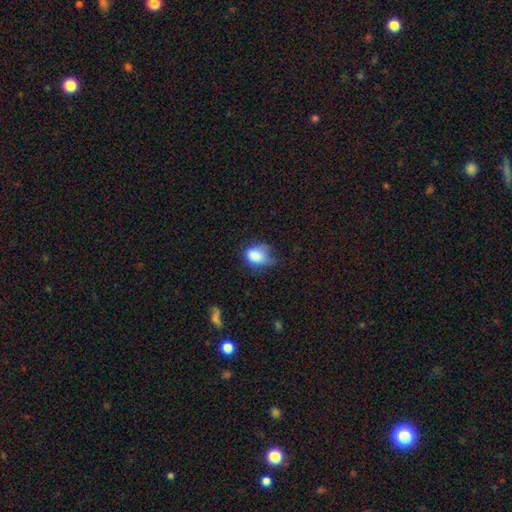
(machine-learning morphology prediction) type=smooth (83%); roundness=in between (64%); merging=minor disturbance (42%).